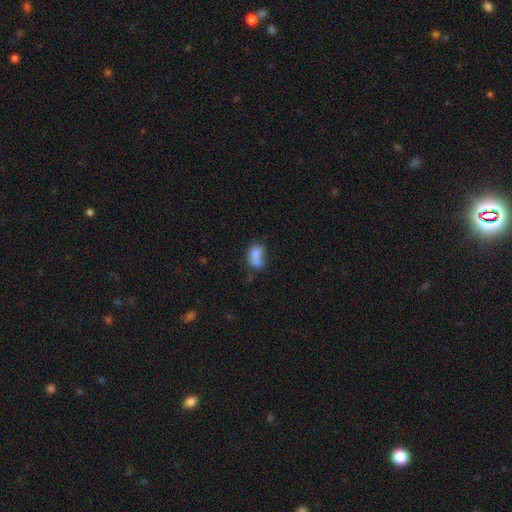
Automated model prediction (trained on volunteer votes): smooth_or_featured: smooth (p=0.75) [alt: featured or disk p=0.14]
how_rounded: in between (p=0.81) [alt: round p=0.14]
merging: none (p=0.30) [alt: merger p=0.28]